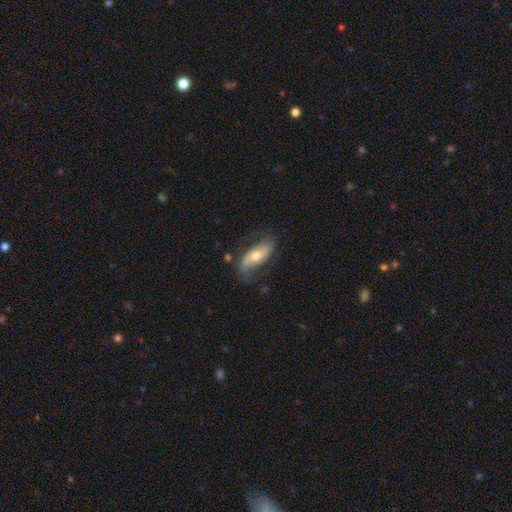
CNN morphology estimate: A featured or disk galaxy (57%). Merging: none (67%).